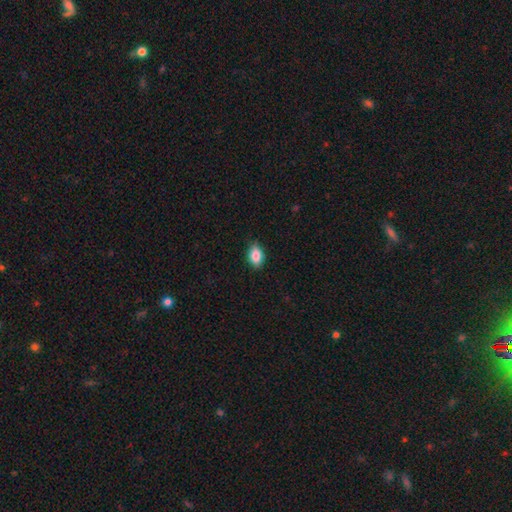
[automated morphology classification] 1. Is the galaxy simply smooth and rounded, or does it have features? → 85% smooth, 8% star or artifact, 7% featured or disk.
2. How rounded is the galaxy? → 86% in between, 11% round, 3% cigar-shaped.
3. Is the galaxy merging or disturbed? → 82% none, 15% minor disturbance, 2% major disturbance, 1% merger.